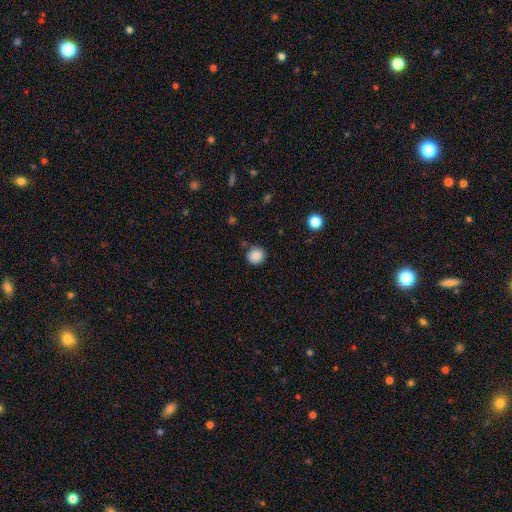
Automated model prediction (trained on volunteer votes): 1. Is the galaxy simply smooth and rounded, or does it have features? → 87% smooth, 10% star or artifact, 3% featured or disk.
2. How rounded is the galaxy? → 92% round, 7% in between, 1% cigar-shaped.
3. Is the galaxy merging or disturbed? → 85% none, 9% minor disturbance, 3% major disturbance, 3% merger.